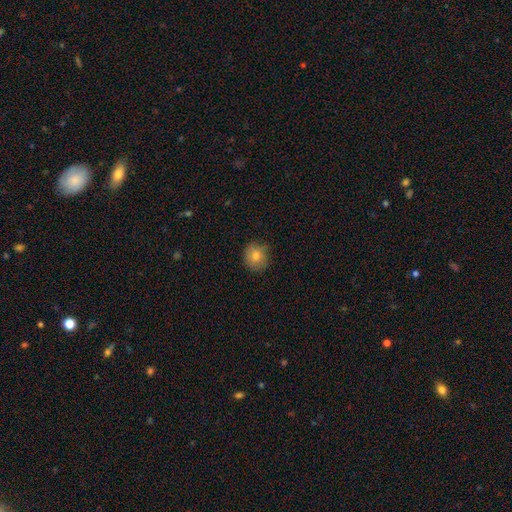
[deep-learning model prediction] smooth-or-featured: smooth: 76% | featured or disk: 13% | star or artifact: 11%
  how-rounded: round: 74% | in between: 25% | cigar-shaped: 1%
  merging: none: 80% | minor disturbance: 16% | major disturbance: 3% | merger: 1%